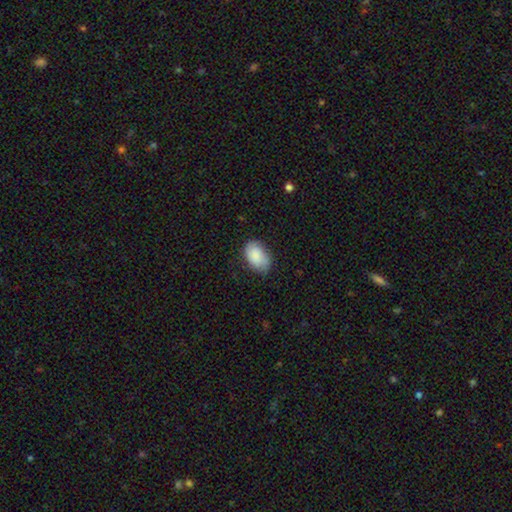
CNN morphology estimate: Smooth or featured? smooth (86%)
How rounded? in between (90%)
Merging? none (72%)